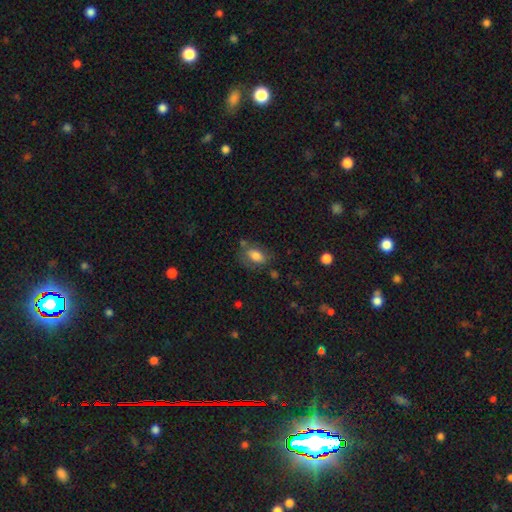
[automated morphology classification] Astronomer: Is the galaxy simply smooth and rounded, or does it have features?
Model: smooth — 72%.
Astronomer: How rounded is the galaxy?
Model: in between — 87%.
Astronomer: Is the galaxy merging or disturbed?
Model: none — 55%.